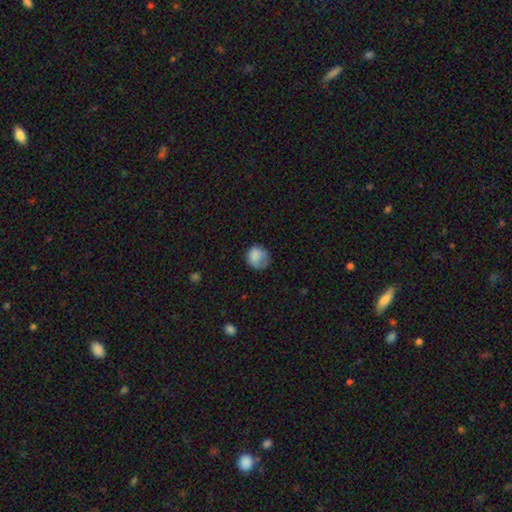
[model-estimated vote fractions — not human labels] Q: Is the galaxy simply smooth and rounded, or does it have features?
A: smooth — 81%.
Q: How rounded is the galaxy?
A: round — 74%.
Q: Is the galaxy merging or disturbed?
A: none — 55%.